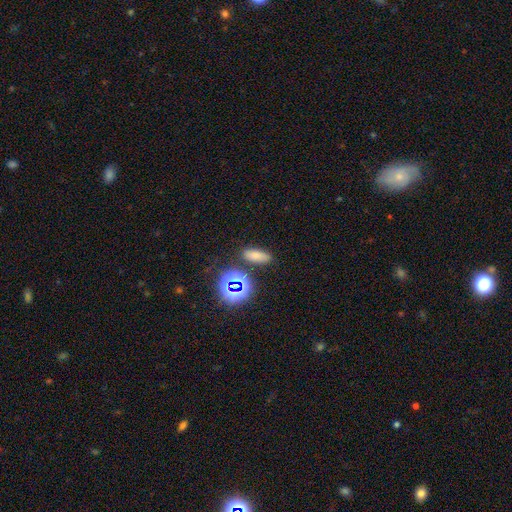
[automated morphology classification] Smooth or featured: smooth — 67% (star or artifact — 23%)
How rounded: in between — 73% (cigar-shaped — 17%)
Merging: none — 82% (minor disturbance — 10%)